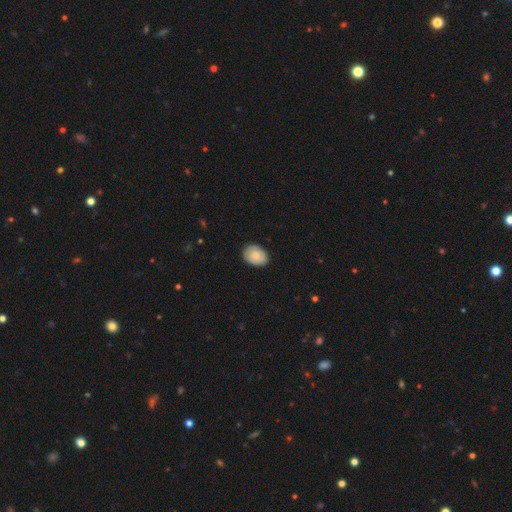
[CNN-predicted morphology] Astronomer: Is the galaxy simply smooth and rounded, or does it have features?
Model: smooth — 87%.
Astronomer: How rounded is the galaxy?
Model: in between — 69%.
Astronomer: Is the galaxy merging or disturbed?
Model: none — 87%.